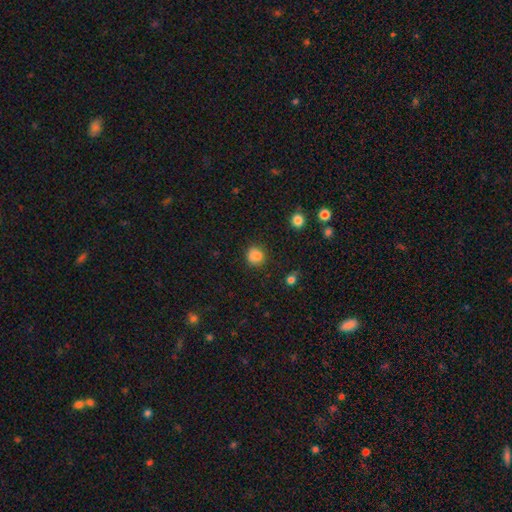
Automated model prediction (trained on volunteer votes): smooth-or-featured: smooth: 83% | star or artifact: 12% | featured or disk: 5%
  how-rounded: round: 85% | in between: 14% | cigar-shaped: 1%
  merging: none: 80% | minor disturbance: 14% | major disturbance: 3% | merger: 3%